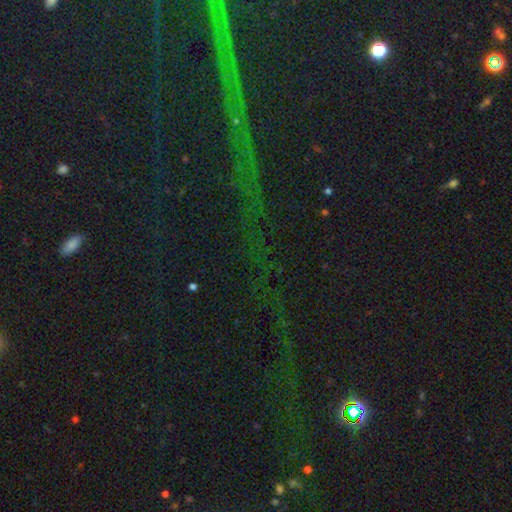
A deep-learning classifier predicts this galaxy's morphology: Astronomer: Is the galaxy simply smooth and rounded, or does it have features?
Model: star or artifact — 85%.